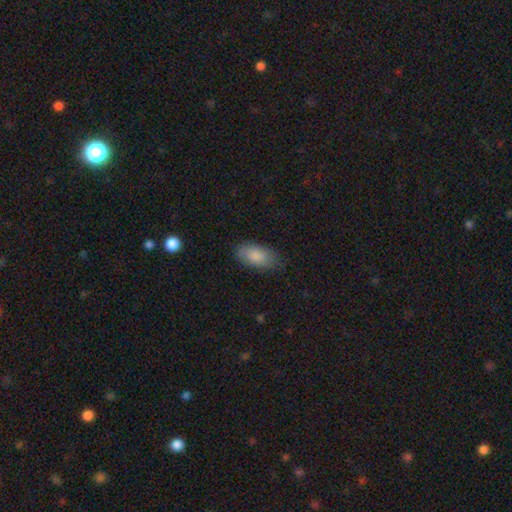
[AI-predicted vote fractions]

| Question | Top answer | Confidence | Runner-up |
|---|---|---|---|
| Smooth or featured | smooth | 87% | featured or disk (7%) |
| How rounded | in between | 91% | cigar-shaped (6%) |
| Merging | none | 77% | minor disturbance (17%) |